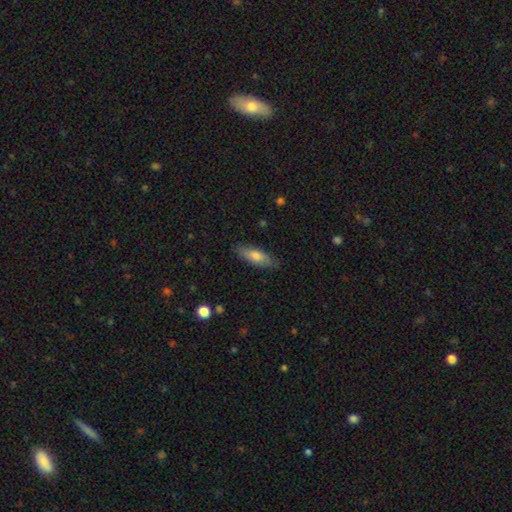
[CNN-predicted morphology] Smooth or featured? smooth (73%)
How rounded? in between (52%)
Merging? none (85%)